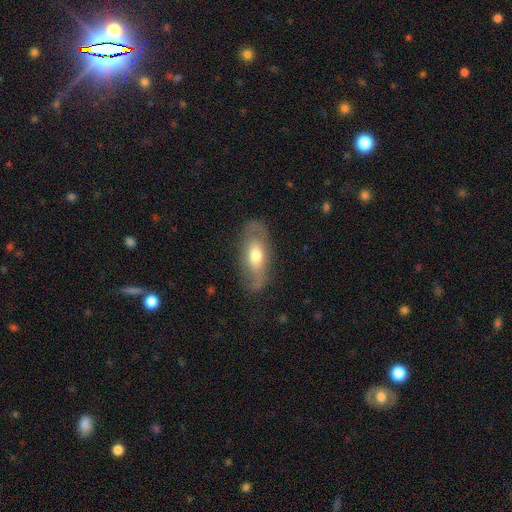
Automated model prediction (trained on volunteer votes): Morphology: type=featured or disk (48%); merging=none (75%).